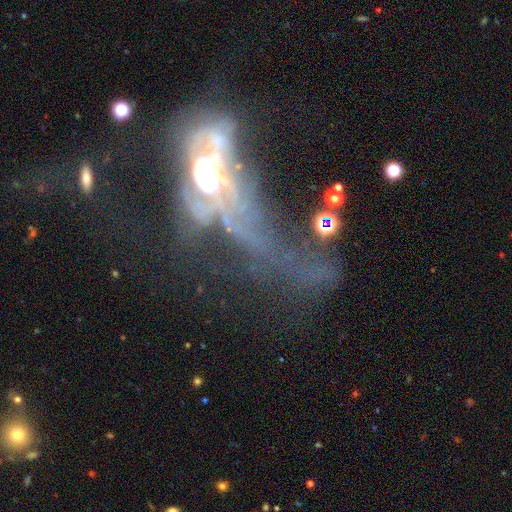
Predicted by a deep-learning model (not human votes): Morphology: type=featured or disk (68%); edge-on=no (86%); bar=no (75%); spiral arms=no (56%); bulge=moderate (51%); merging=major disturbance (48%).